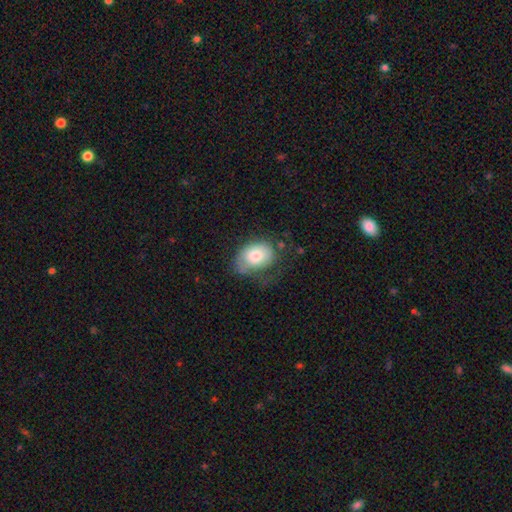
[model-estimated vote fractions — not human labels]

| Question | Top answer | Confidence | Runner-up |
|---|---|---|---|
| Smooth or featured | smooth | 69% | featured or disk (24%) |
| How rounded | in between | 71% | round (28%) |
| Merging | none | 41% | minor disturbance (32%) |